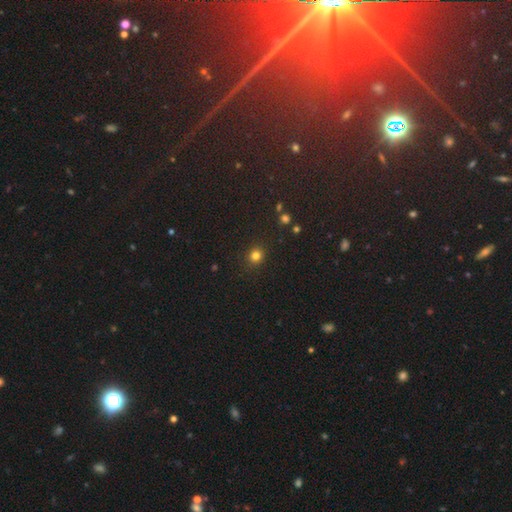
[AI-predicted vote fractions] Morphology: type=smooth (80%); roundness=round (86%); merging=none (90%).